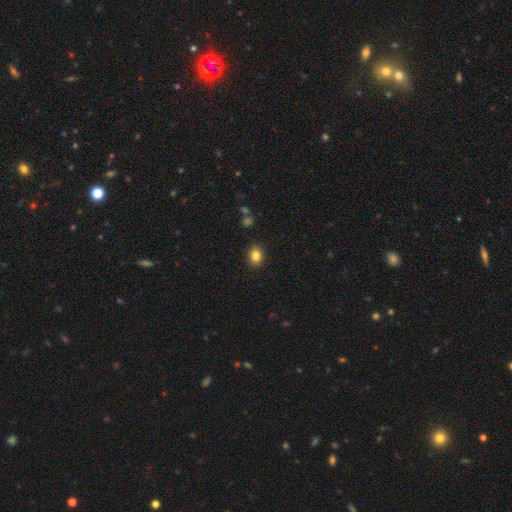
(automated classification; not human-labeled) Overall: smooth (83%). How rounded: in between (65%; round 34%). Merging: none (89%).